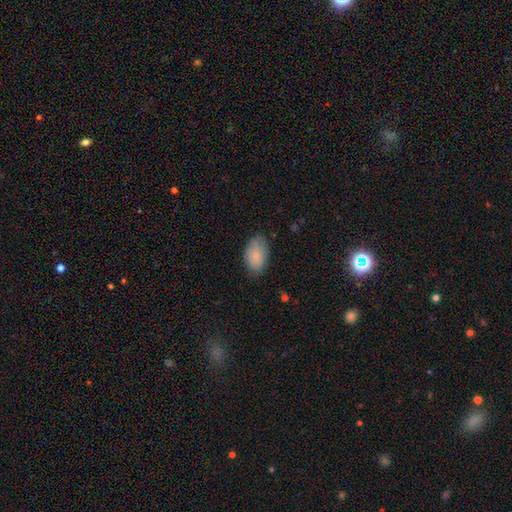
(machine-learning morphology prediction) Smooth or featured? Predicted: smooth (p=0.83). How rounded? Predicted: in between (p=0.92). Merging? Predicted: none (p=0.73).